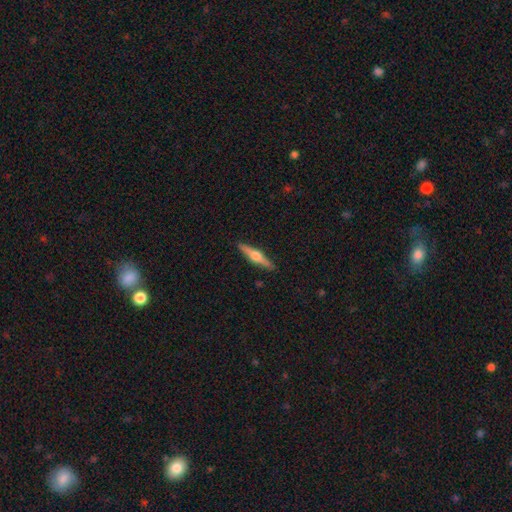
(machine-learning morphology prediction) featured or disk 67%, smooth 28%, star or artifact 6%. Down the decision tree: edge-on disk — yes (97%); edge-on bulge — rounded (95%); merging — none (91%).